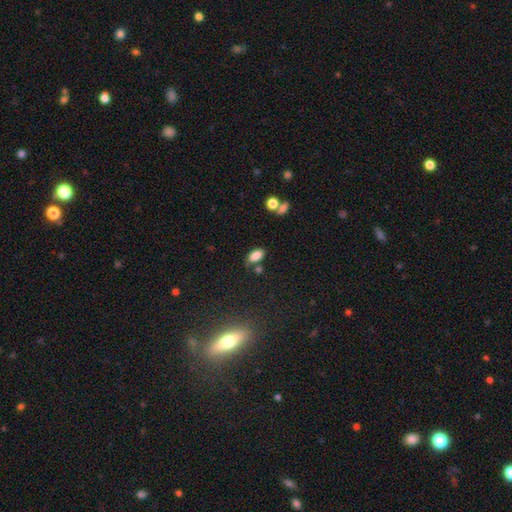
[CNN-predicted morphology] type=smooth (83%); roundness=in between (92%); merging=none (61%).